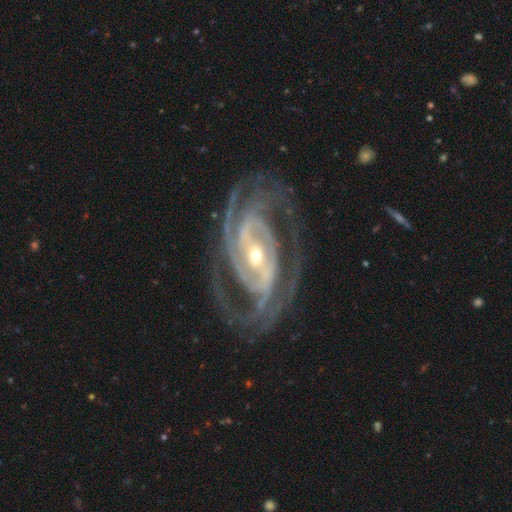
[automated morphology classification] smooth-or-featured: featured or disk: 92% | star or artifact: 5% | smooth: 3%
  disk-edge-on: no: 96% | yes: 4%
    bar: strong: 51% | weak: 29% | no: 20%
    has-spiral-arms: yes: 98% | no: 2%
      spiral-winding: tight: 59% | medium: 35% | loose: 6%
      spiral-arm-count: 2: 37% | 3: 26% | 4: 13% | can't tell: 12% | more than 4: 6% | 1: 6%
    bulge-size: small: 54% | moderate: 42% | large: 3% | none: 1% | dominant: 1%
  merging: none: 74% | minor disturbance: 15% | major disturbance: 10% | merger: 1%